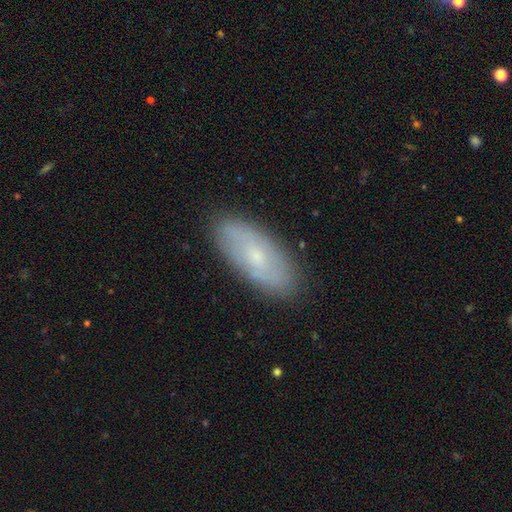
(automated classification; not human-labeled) Smooth or featured? Predicted: smooth (p=0.54). How rounded? Predicted: in between (p=0.84). Merging? Predicted: none (p=0.85).